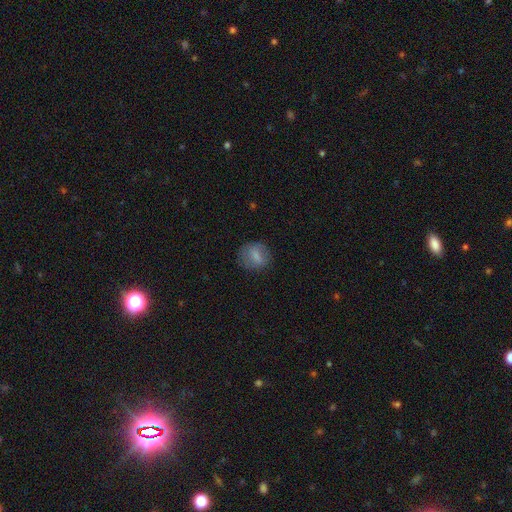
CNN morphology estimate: Q: Smooth or featured?
A: smooth (71%); runner-up: featured or disk (20%)
Q: How rounded?
A: round (66%); runner-up: in between (32%)
Q: Merging?
A: none (75%); runner-up: minor disturbance (17%)